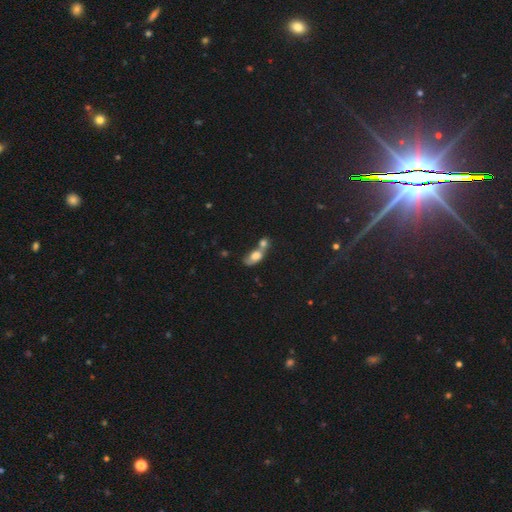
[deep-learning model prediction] Smooth or featured? Predicted: smooth (p=0.66). How rounded? Predicted: in between (p=0.73). Merging? Predicted: merger (p=0.68).